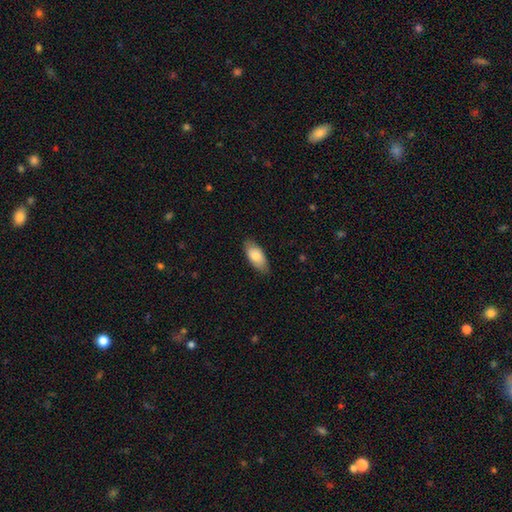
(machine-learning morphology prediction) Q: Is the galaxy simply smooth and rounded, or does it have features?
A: smooth — 81%.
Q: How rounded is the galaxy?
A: in between — 89%.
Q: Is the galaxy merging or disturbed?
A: none — 82%.